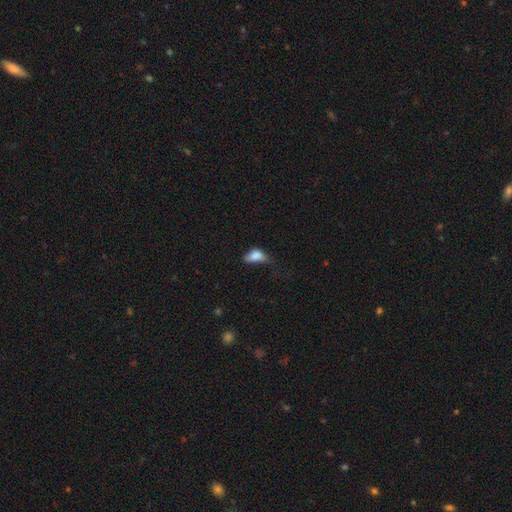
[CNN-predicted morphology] type=smooth (79%); roundness=in between (87%); merging=minor disturbance (39%).